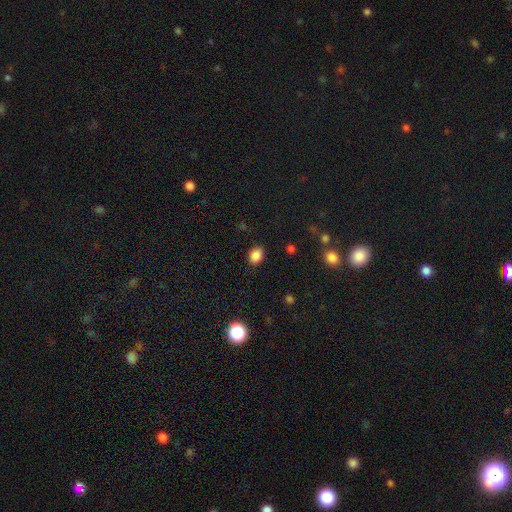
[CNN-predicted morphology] Overall: smooth (86%). How rounded: in between (70%). Merging: none (86%).